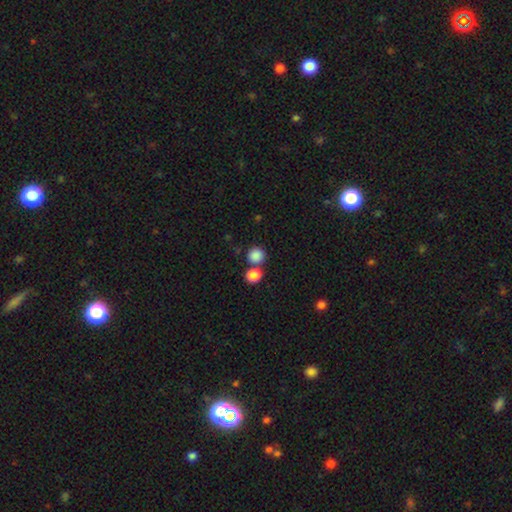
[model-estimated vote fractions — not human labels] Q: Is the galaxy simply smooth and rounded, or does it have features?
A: smooth — 86%.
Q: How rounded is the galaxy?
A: round — 89%.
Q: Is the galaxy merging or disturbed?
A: none — 64%.